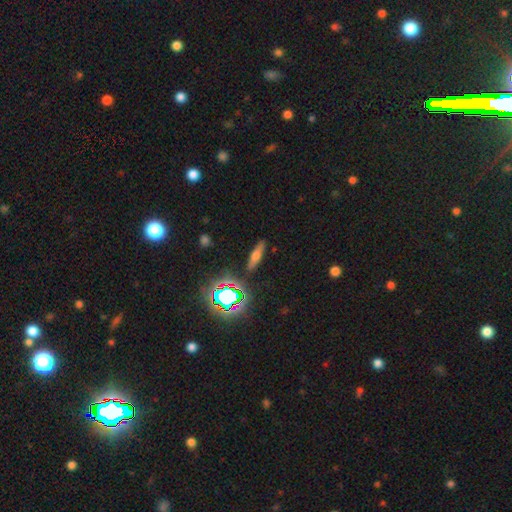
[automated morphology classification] Smooth or featured? smooth (47%)
Merging? none (86%)